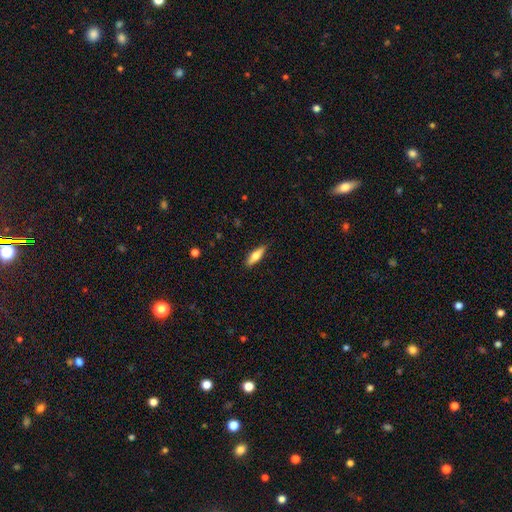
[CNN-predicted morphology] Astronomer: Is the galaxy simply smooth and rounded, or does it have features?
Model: smooth — 63%.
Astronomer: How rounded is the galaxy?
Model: cigar-shaped — 58% (runner-up: in between, 39%).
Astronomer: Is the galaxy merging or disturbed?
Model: none — 89%.